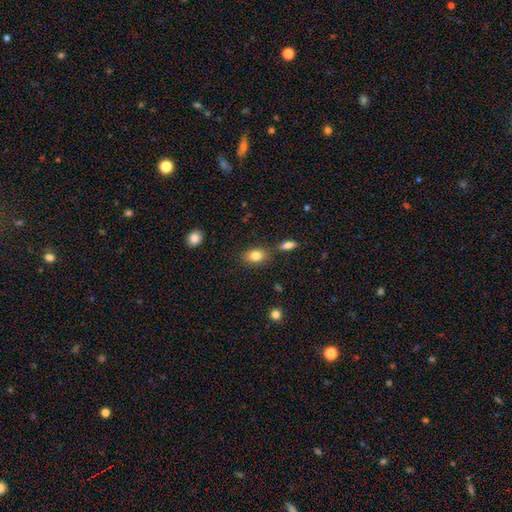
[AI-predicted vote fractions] Smooth or featured?
  - smooth: 82% *
  - star or artifact: 9%
  - featured or disk: 9%
How rounded?
  - in between: 76% *
  - round: 22%
  - cigar-shaped: 2%
Merging?
  - none: 78% *
  - minor disturbance: 12%
  - merger: 7%
  - major disturbance: 3%